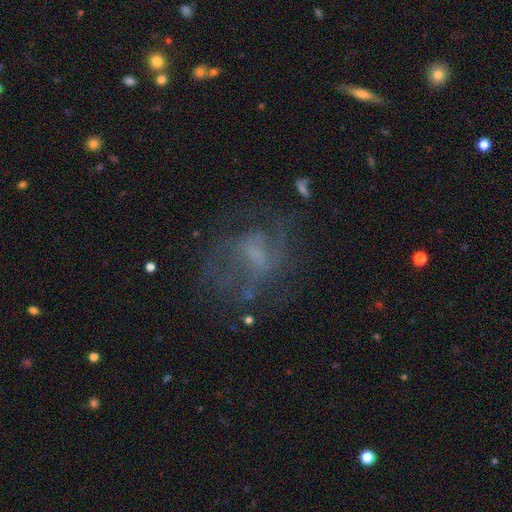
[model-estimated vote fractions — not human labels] Morphology: type=featured or disk (58%); edge-on=no (96%); bar=no (50%); spiral arms=yes (52%); bulge=none (38%); merging=none (52%).